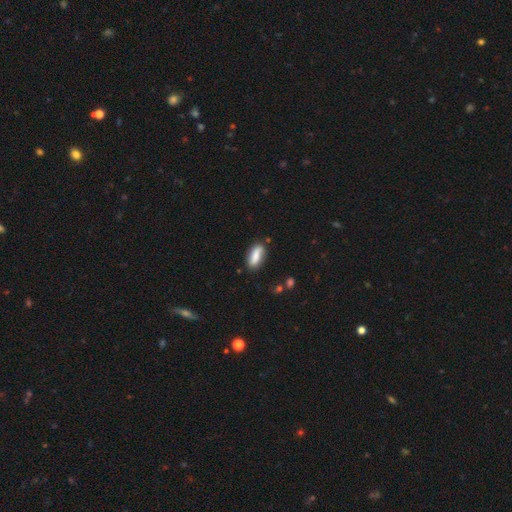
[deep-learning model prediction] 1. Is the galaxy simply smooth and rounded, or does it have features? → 76% smooth, 16% featured or disk, 7% star or artifact.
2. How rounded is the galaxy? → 75% in between, 22% cigar-shaped, 3% round.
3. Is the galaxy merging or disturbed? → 75% none, 17% minor disturbance, 4% merger, 4% major disturbance.